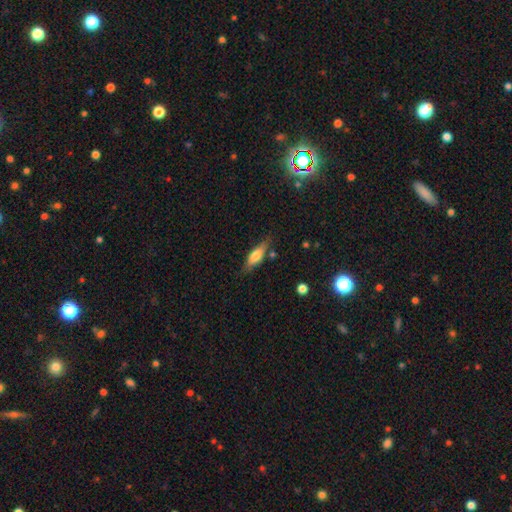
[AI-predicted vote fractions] smooth 63%, featured or disk 30%, star or artifact 7%. Down the decision tree: how rounded — in between (54%); merging — none (76%).